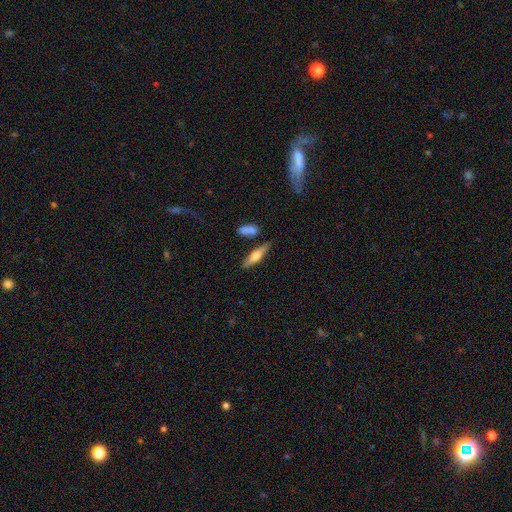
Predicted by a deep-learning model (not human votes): Morphology: type=featured or disk (49%); merging=none (76%).